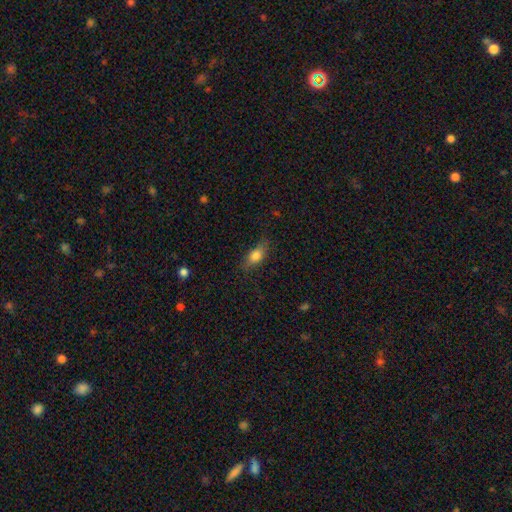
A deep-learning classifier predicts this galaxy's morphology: Overall: smooth (76%). How rounded: in between (78%). Merging: none (73%).